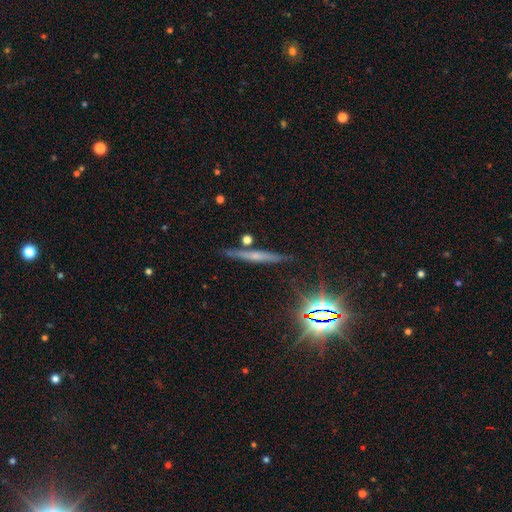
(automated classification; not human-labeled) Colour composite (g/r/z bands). It shows a featured or disk galaxy (46%). Merging: none (81%).